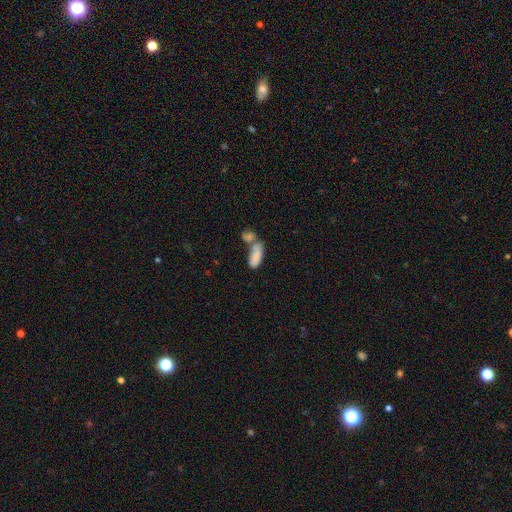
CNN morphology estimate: Smooth or featured? Predicted: smooth (p=0.80). How rounded? Predicted: in between (p=0.82). Merging? Predicted: merger (p=0.61).